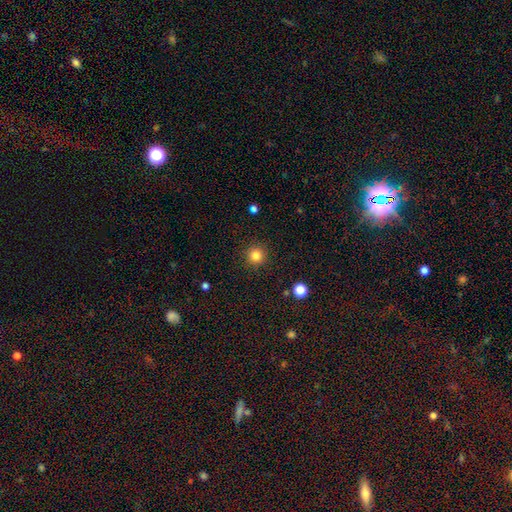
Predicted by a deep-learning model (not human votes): Smooth or featured? Predicted: smooth (p=0.83). How rounded? Predicted: round (p=0.95). Merging? Predicted: none (p=0.91).